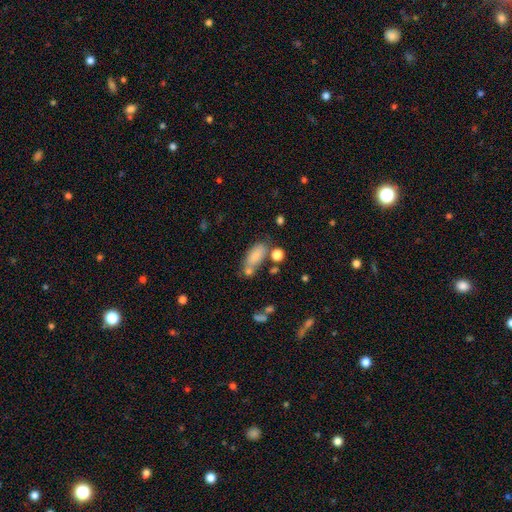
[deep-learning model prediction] Q: Smooth or featured?
A: smooth (80%); runner-up: featured or disk (11%)
Q: How rounded?
A: in between (78%); runner-up: cigar-shaped (18%)
Q: Merging?
A: none (51%); runner-up: merger (22%)